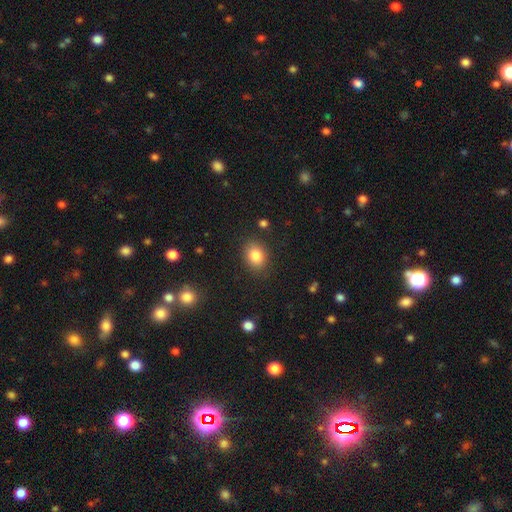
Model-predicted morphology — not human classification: Smooth or featured: smooth — 84% (star or artifact — 10%)
How rounded: in between — 57% (round — 42%)
Merging: none — 85% (minor disturbance — 10%)